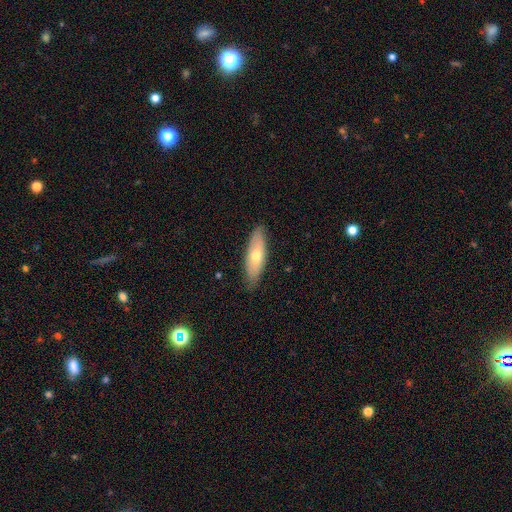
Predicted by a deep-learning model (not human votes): smooth_or_featured: smooth (p=0.60) [alt: featured or disk p=0.34]
how_rounded: in between (p=0.58) [alt: cigar-shaped p=0.40]
merging: none (p=0.83) [alt: minor disturbance p=0.13]